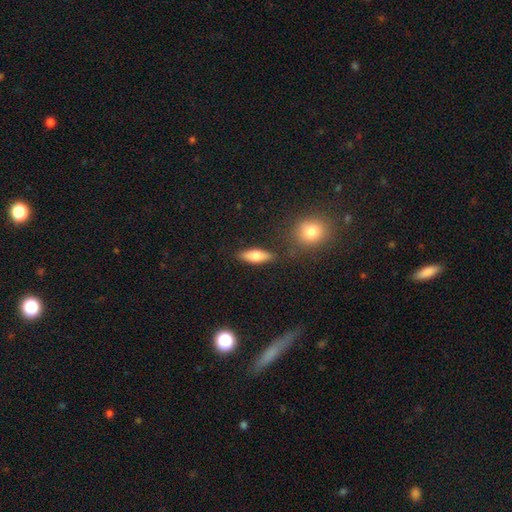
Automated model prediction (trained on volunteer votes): A smooth galaxy with no disk features (71%) that is in between round and cigar-shaped (62%). Merging: none (81%).